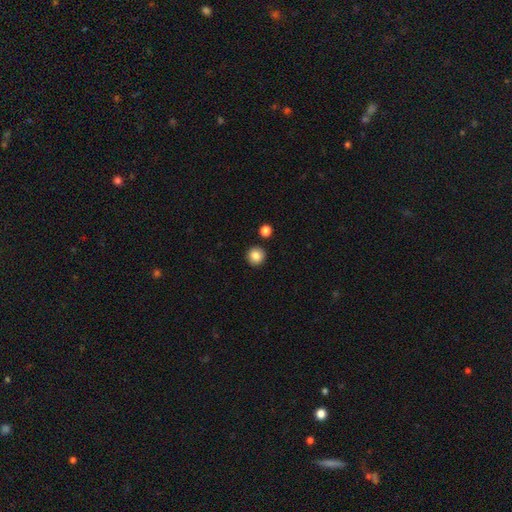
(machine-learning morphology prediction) Q: Smooth or featured?
A: smooth (86%); runner-up: star or artifact (9%)
Q: How rounded?
A: round (94%); runner-up: in between (5%)
Q: Merging?
A: none (90%); runner-up: minor disturbance (5%)